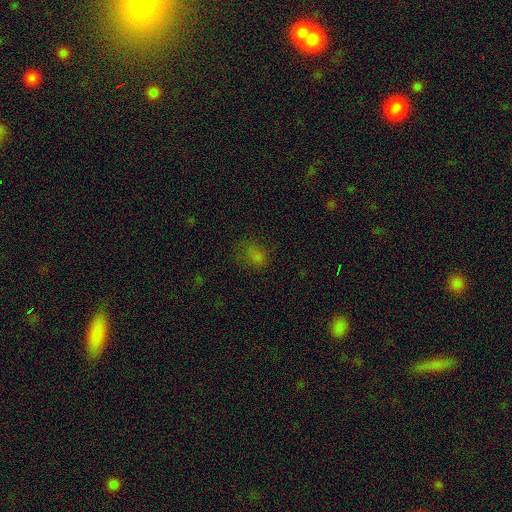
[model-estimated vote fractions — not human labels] This is likely a smooth galaxy (71%). How rounded: likely in between (75%). Merging: possibly none (58%).